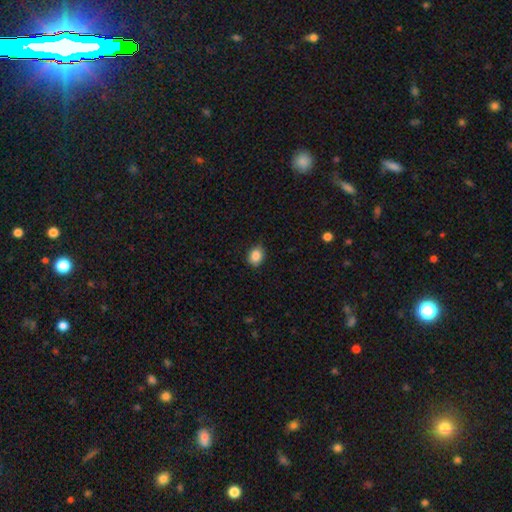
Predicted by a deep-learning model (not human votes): Q: Smooth or featured?
A: smooth (86%); runner-up: star or artifact (9%)
Q: How rounded?
A: round (54%); runner-up: in between (45%)
Q: Merging?
A: none (79%); runner-up: minor disturbance (18%)